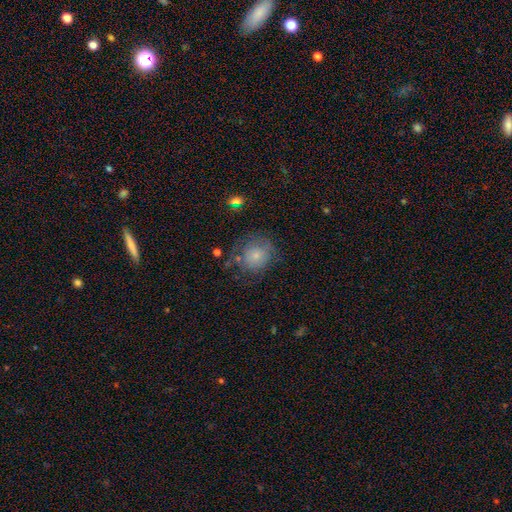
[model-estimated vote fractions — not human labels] The model was most divided on "merging": none: 60%, minor disturbance: 23%, major disturbance: 13%, merger: 3%. More confident: how rounded — round (83%); smooth or featured — smooth (70%).